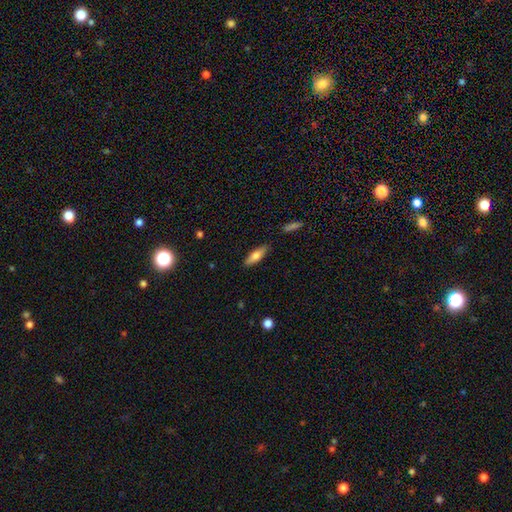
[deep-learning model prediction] Smooth or featured? smooth (72%)
How rounded? in between (49%)
Merging? none (85%)